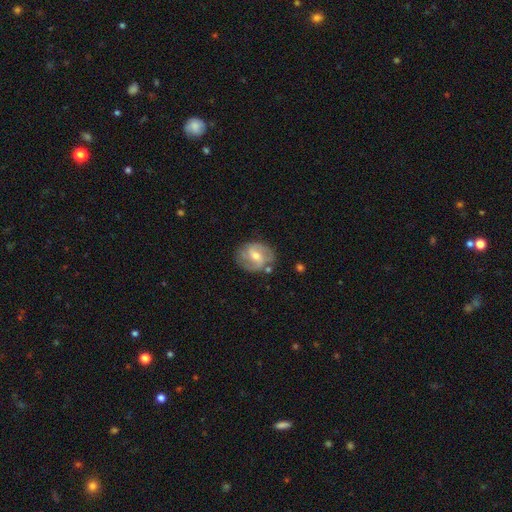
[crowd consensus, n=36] Smooth or featured?
  - featured or disk: 64% *
  - smooth: 36%
  - star or artifact: 0%
Edge-on disk?
  - no: 96% *
  - yes: 4%
Bar?
  - weak: 55% *
  - strong: 27%
  - no: 18%
Spiral arms?
  - yes: 82% *
  - no: 18%
Spiral winding?
  - medium: 56% *
  - tight: 22%
  - loose: 22%
Spiral arm count?
  - 2: 83% *
  - can't tell: 11%
  - 1: 6%
  - 3: 0%
  - 4: 0%
  - more than 4: 0%
Bulge size?
  - moderate: 68% *
  - small: 27%
  - large: 5%
  - dominant: 0%
  - none: 0%
Merging?
  - none: 44% *
  - minor disturbance: 42%
  - merger: 8%
  - major disturbance: 6%